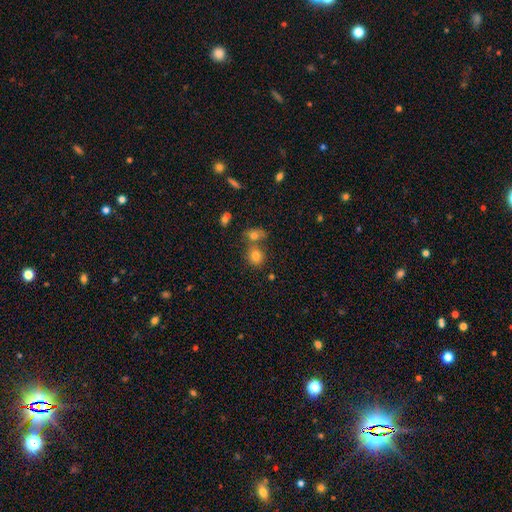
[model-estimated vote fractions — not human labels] A smooth galaxy with no disk features (78%) that is round (79%).

Vote fractions:
- Smooth or featured? smooth: 78% / star or artifact: 13% / featured or disk: 9%
- How rounded? round: 79% / in between: 20% / cigar-shaped: 1%
- Merging? none: 55% / merger: 33% / minor disturbance: 8% / major disturbance: 3%